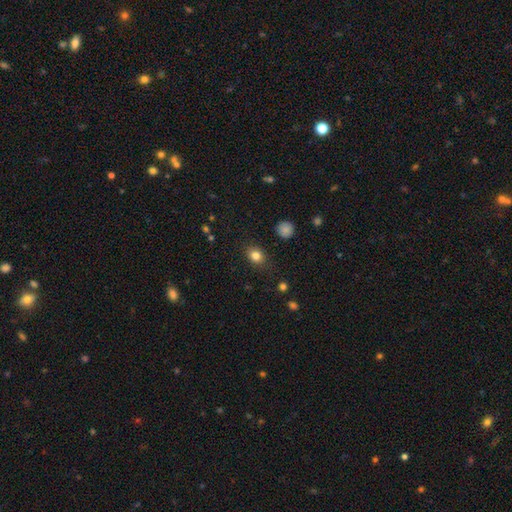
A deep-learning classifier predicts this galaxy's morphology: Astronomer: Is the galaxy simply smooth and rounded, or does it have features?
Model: smooth — 81%.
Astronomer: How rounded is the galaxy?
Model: round — 50% (runner-up: in between, 48%).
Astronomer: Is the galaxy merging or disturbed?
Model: none — 82%.